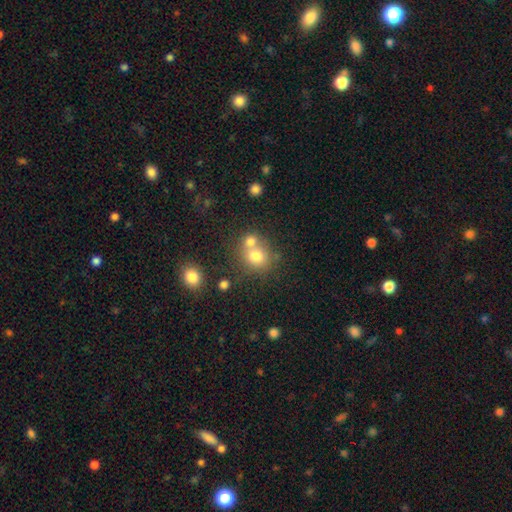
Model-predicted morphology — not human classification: Smooth or featured?
  - smooth: 74% *
  - featured or disk: 13%
  - star or artifact: 13%
How rounded?
  - round: 81% *
  - in between: 18%
  - cigar-shaped: 1%
Merging?
  - none: 45% *
  - merger: 44%
  - minor disturbance: 8%
  - major disturbance: 3%